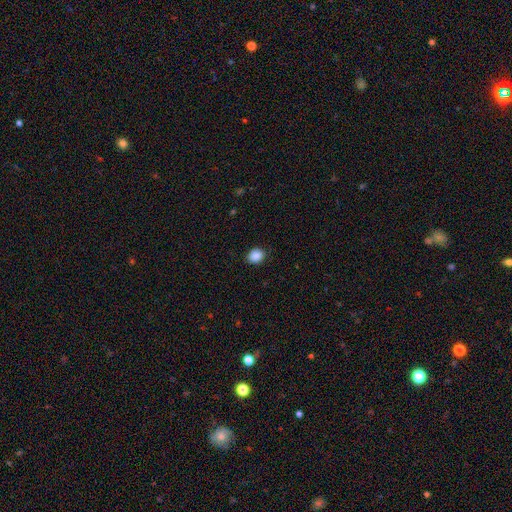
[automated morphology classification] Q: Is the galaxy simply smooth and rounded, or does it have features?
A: smooth — 89%.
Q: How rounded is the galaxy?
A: round — 57%.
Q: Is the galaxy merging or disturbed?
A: none — 87%.